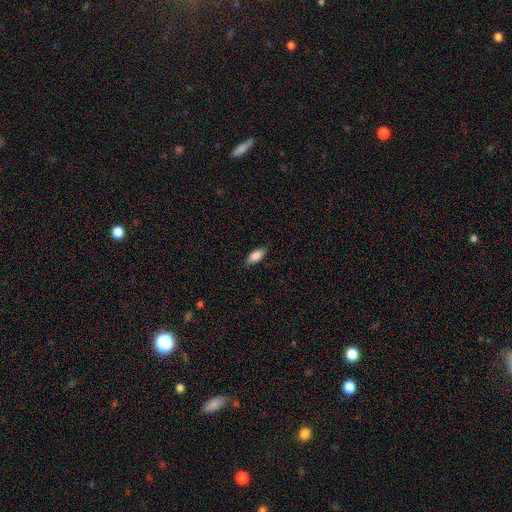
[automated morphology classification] A smooth galaxy with no disk features (81%) that is in between round and cigar-shaped (82%). Merging: none (80%).